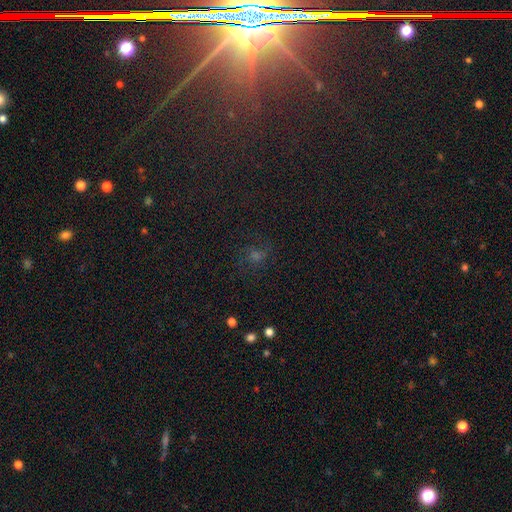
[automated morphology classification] Q: Smooth or featured?
A: star or artifact (46%); runner-up: smooth (30%)